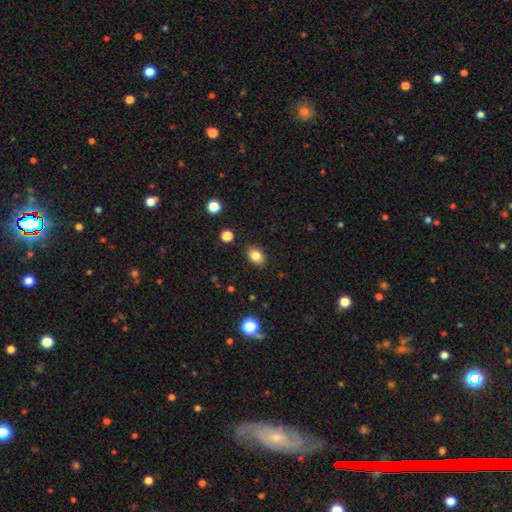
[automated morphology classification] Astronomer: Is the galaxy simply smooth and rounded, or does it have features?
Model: smooth — 84%.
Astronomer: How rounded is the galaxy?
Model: in between — 72%.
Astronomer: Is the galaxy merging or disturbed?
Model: none — 88%.